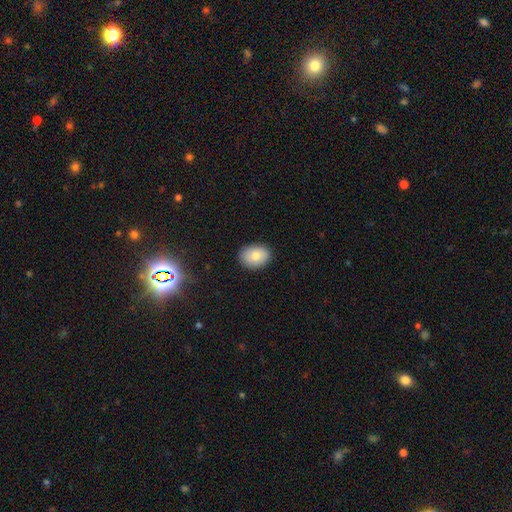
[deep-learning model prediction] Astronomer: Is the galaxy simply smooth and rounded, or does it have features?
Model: smooth — 79%.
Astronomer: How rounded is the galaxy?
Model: in between — 68%.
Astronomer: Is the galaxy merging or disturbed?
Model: none — 87%.